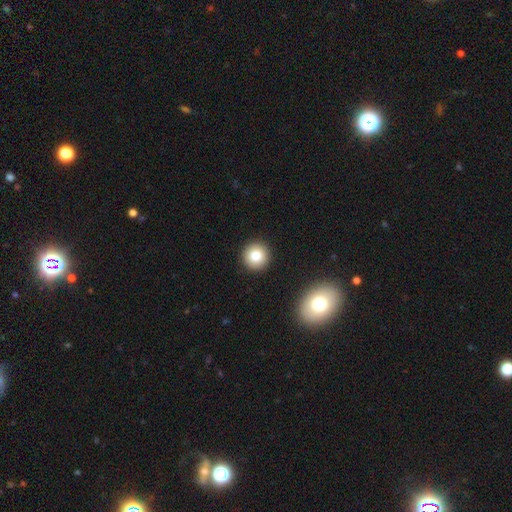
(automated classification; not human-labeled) smooth-or-featured: smooth: 83% | star or artifact: 10% | featured or disk: 7%
  how-rounded: round: 94% | in between: 5% | cigar-shaped: 1%
  merging: none: 92% | minor disturbance: 5% | major disturbance: 2% | merger: 1%